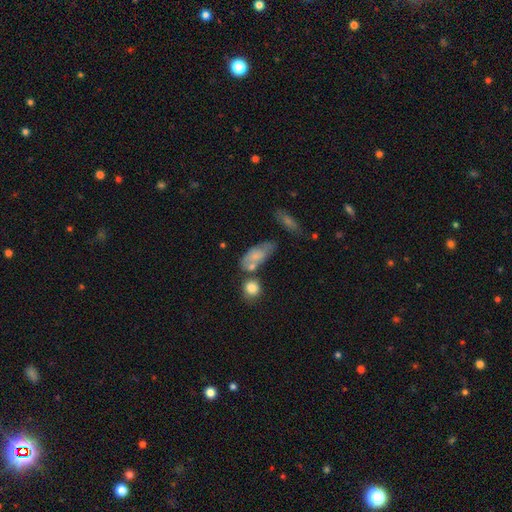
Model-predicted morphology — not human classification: A smooth galaxy with no disk features (68%) that is in between round and cigar-shaped (83%). Merging: none (40%).